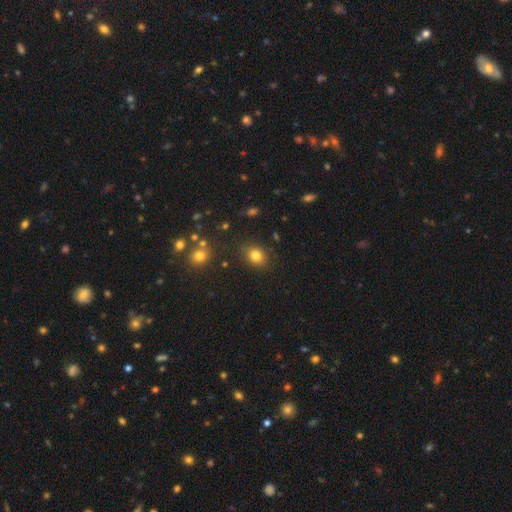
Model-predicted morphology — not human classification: A smooth galaxy with no disk features (81%) that is round (51%). Merging: none (84%).